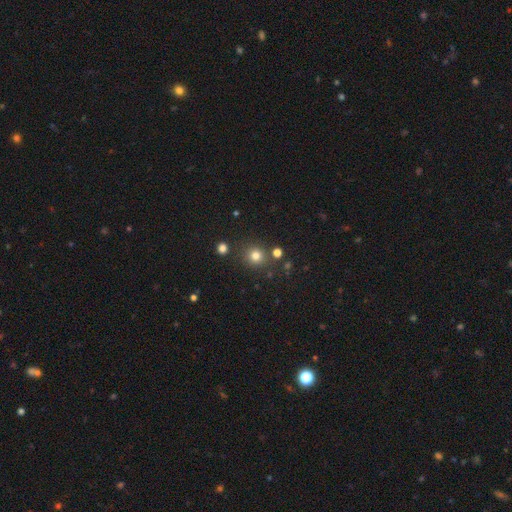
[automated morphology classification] Smooth or featured? Predicted: smooth (p=0.78). How rounded? Predicted: round (p=0.90). Merging? Predicted: none (p=0.83).